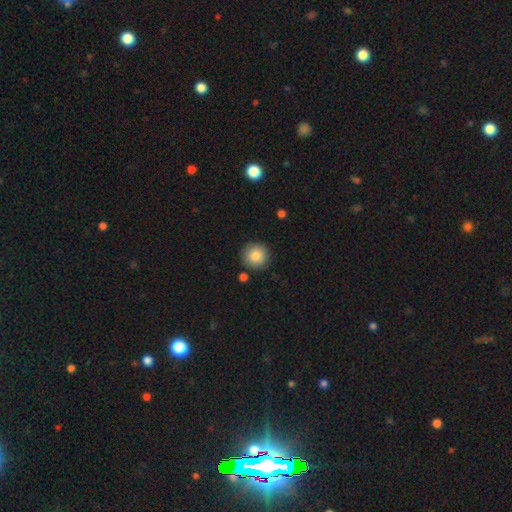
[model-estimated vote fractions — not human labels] smooth_or_featured: smooth (p=0.87) [alt: star or artifact p=0.08]
how_rounded: round (p=0.94) [alt: in between p=0.05]
merging: none (p=0.88) [alt: minor disturbance p=0.07]